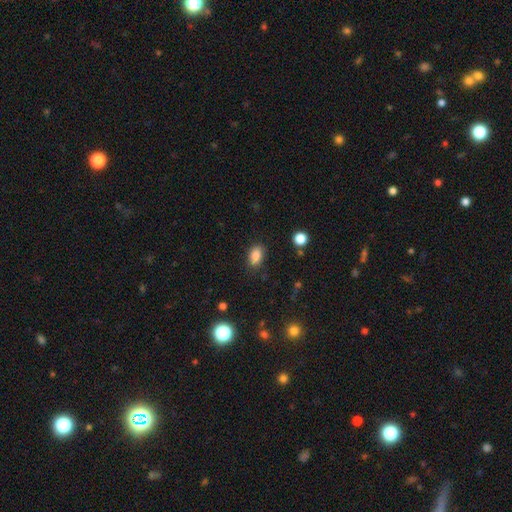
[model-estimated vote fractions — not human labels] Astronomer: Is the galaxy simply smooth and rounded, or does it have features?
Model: smooth — 86%.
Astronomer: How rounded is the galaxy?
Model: in between — 88%.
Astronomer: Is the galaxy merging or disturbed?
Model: none — 83%.